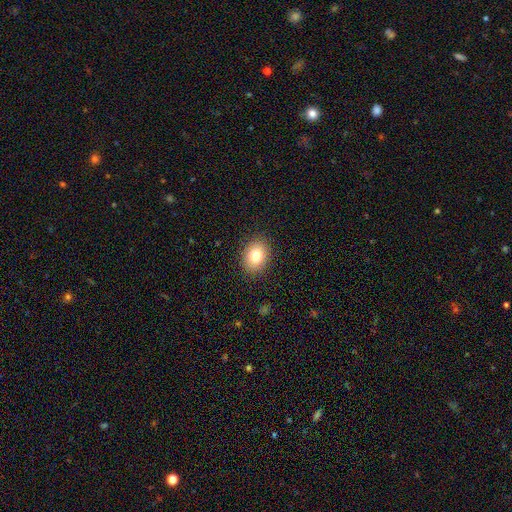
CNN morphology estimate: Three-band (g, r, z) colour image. It shows a smooth galaxy with no disk features (79%) that is in between round and cigar-shaped (56%). Merging: none (88%).